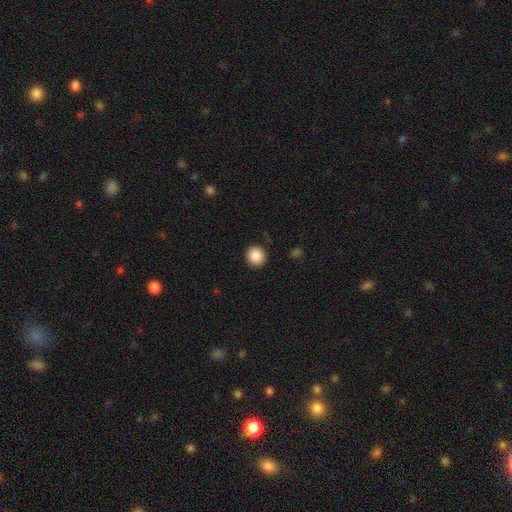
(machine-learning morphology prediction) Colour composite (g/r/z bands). It shows a smooth galaxy with no disk features (89%) that is round (92%). Merging: none (91%).